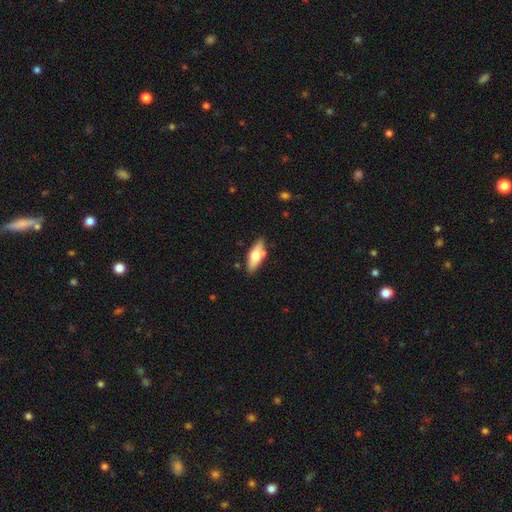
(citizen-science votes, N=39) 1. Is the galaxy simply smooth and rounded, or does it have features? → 51% featured or disk, 46% smooth, 3% star or artifact.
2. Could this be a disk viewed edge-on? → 90% yes, 10% no.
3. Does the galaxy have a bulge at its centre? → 94% rounded, 6% none, 0% boxy.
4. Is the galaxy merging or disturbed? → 82% none, 13% minor disturbance, 3% major disturbance, 3% merger.